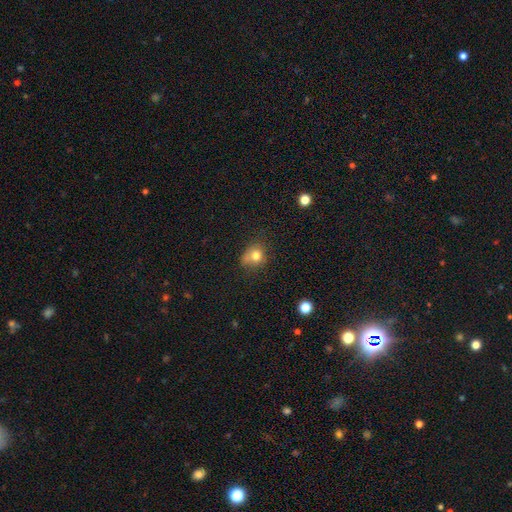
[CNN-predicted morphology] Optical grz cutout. It shows a smooth galaxy with no disk features (76%) that is round (63%). Merging: none (49%).